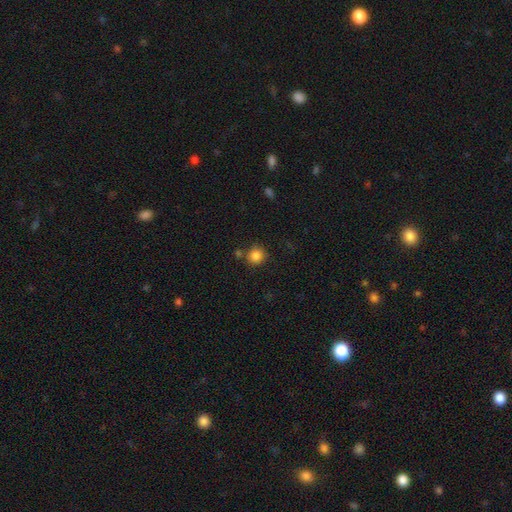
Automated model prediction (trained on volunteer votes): smooth_or_featured: smooth (p=0.86) [alt: star or artifact p=0.10]
how_rounded: round (p=0.93) [alt: in between p=0.06]
merging: none (p=0.79) [alt: merger p=0.09]